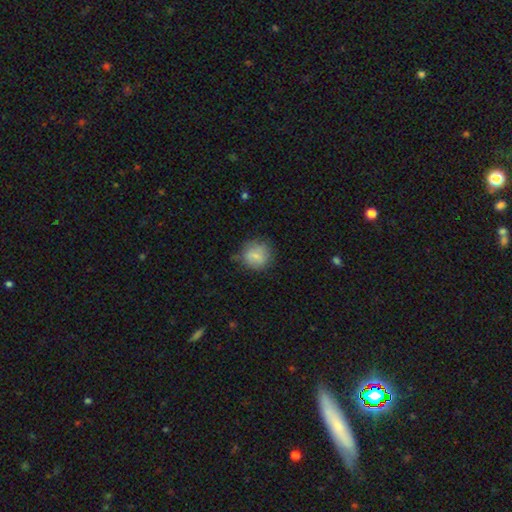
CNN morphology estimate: Smooth or featured?
  - smooth: 74% *
  - featured or disk: 17%
  - star or artifact: 9%
How rounded?
  - round: 85% *
  - in between: 14%
  - cigar-shaped: 1%
Merging?
  - none: 65% *
  - minor disturbance: 24%
  - major disturbance: 8%
  - merger: 3%